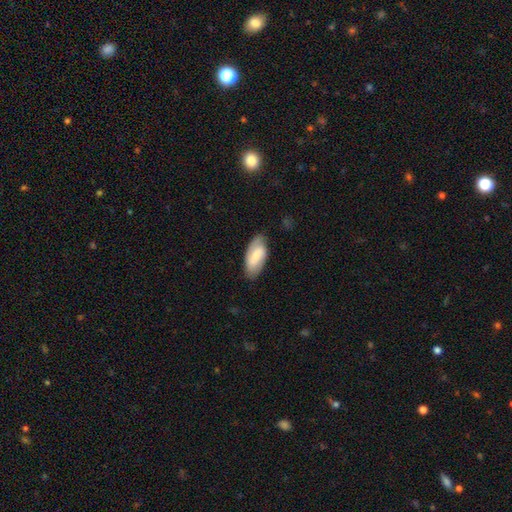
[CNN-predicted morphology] smooth 49%, featured or disk 45%, star or artifact 6%. Down the decision tree: merging — none (77%).